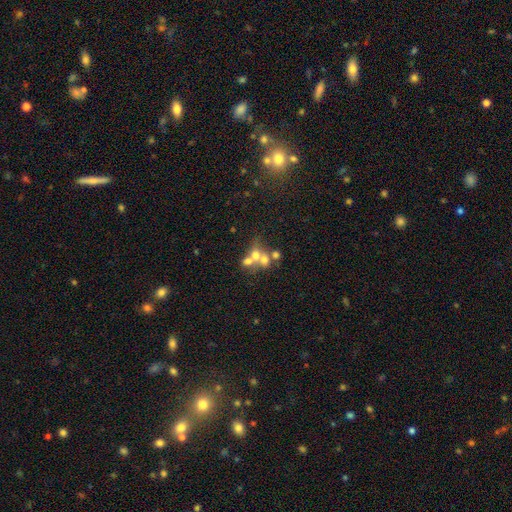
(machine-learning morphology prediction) smooth 50%, featured or disk 33%, star or artifact 16%. Down the decision tree: how rounded — round (67%); merging — merger (62%).